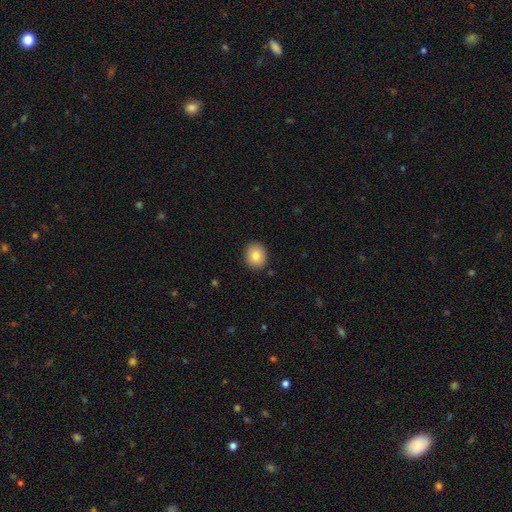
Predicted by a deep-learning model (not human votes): Overall: smooth (82%). How rounded: round (69%; in between 31%). Merging: none (90%).